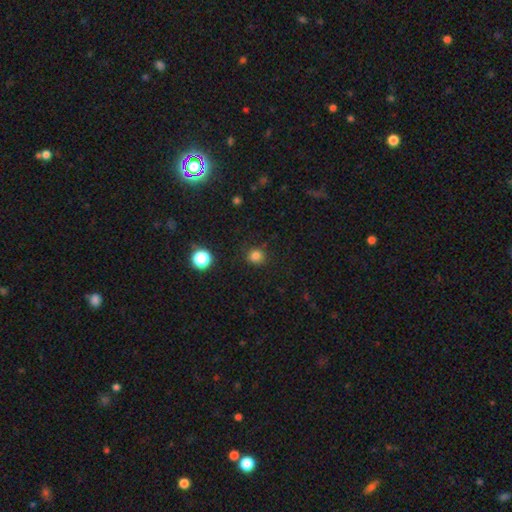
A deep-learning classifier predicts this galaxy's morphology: A smooth galaxy with no disk features (82%) that is round (87%).

Vote fractions:
- Smooth or featured? smooth: 82% / star or artifact: 14% / featured or disk: 4%
- How rounded? round: 87% / in between: 12% / cigar-shaped: 1%
- Merging? none: 86% / minor disturbance: 9% / major disturbance: 3% / merger: 2%